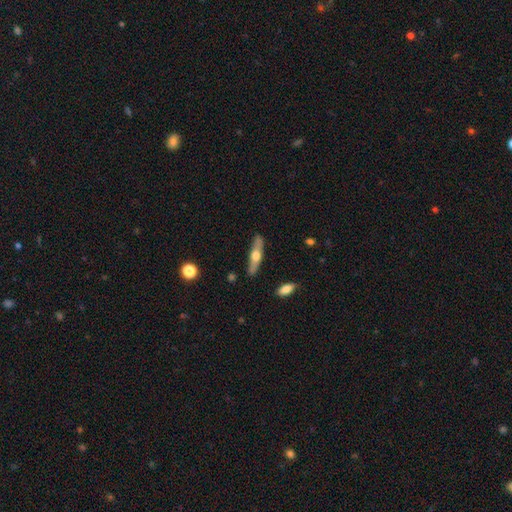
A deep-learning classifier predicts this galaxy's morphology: A featured or disk galaxy (54%) viewed edge-on (90%).

Vote fractions:
- Smooth or featured? featured or disk: 54% / smooth: 41% / star or artifact: 6%
- Edge-on disk? yes: 90% / no: 10%
- Merging? none: 85% / minor disturbance: 10% / major disturbance: 2% / merger: 2%